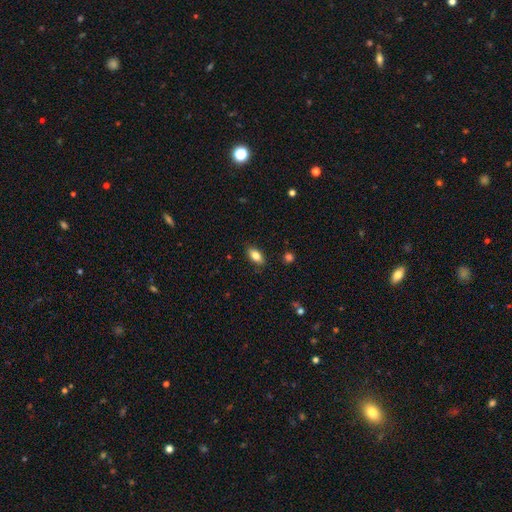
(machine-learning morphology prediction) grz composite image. It shows a smooth galaxy with no disk features (82%) that is in between round and cigar-shaped (89%). Merging: none (86%).